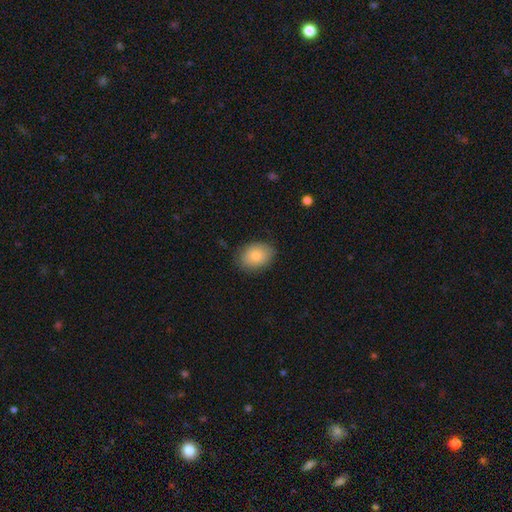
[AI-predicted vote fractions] smooth_or_featured: smooth (p=0.84) [alt: featured or disk p=0.09]
how_rounded: in between (p=0.72) [alt: round p=0.27]
merging: none (p=0.82) [alt: minor disturbance p=0.14]